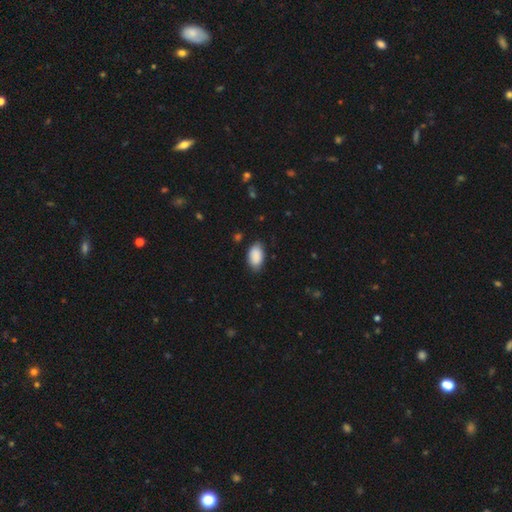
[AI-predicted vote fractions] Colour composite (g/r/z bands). It shows a smooth galaxy with no disk features (90%) that is in between round and cigar-shaped (94%). Merging: none (80%).